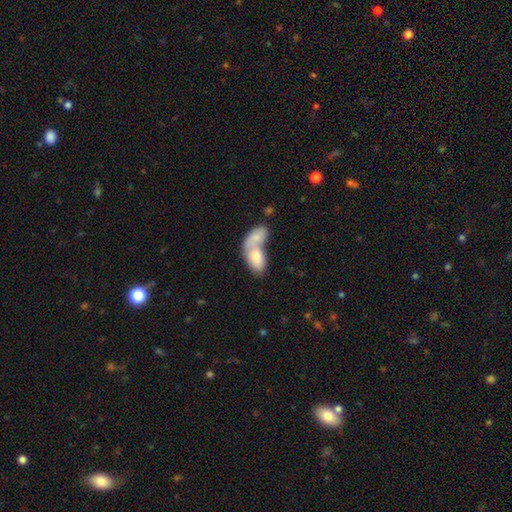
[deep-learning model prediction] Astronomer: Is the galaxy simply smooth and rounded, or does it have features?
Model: smooth — 78%.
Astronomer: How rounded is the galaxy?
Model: in between — 92%.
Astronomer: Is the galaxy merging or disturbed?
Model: merger — 76%.